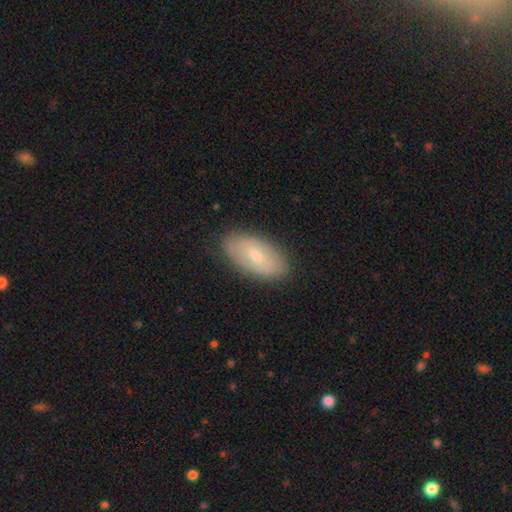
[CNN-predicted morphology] The model was most divided on "smooth or featured": smooth: 58%, featured or disk: 36%, star or artifact: 6%. More confident: how rounded — in between (93%); merging — none (85%).